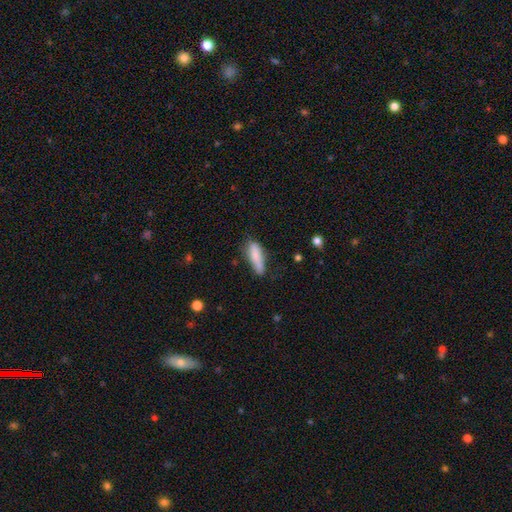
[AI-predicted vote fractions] A smooth galaxy with no disk features (80%) that is cigar-shaped (56%).

Vote fractions:
- Smooth or featured? smooth: 80% / featured or disk: 13% / star or artifact: 7%
- How rounded? cigar-shaped: 56% / in between: 42% / round: 2%
- Merging? none: 57% / minor disturbance: 31% / major disturbance: 9% / merger: 4%